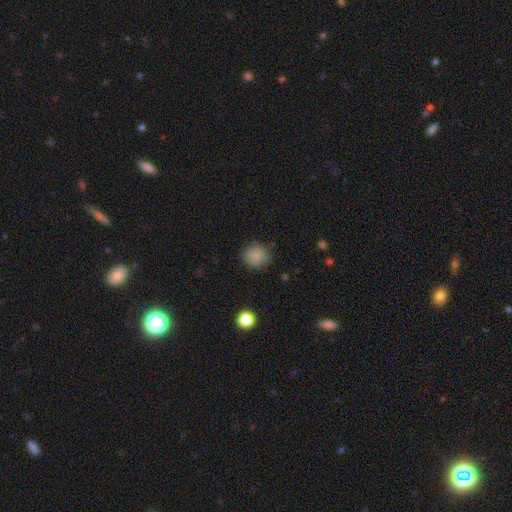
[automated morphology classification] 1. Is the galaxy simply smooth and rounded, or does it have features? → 85% smooth, 10% star or artifact, 4% featured or disk.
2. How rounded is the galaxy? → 91% round, 9% in between, 1% cigar-shaped.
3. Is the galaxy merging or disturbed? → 85% none, 10% minor disturbance, 3% major disturbance, 1% merger.